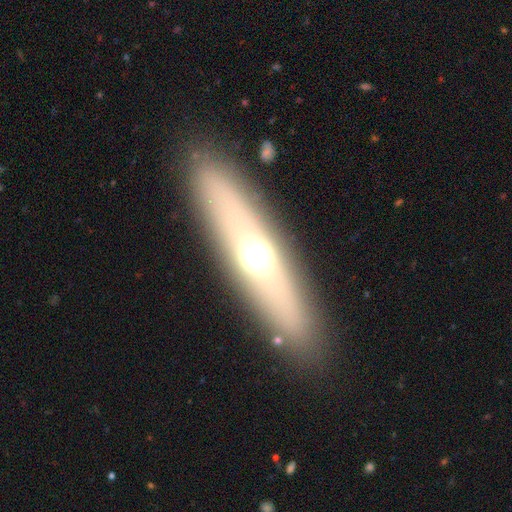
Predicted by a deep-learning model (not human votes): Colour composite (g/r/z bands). It shows a smooth galaxy with no disk features (46%). Merging: none (88%).